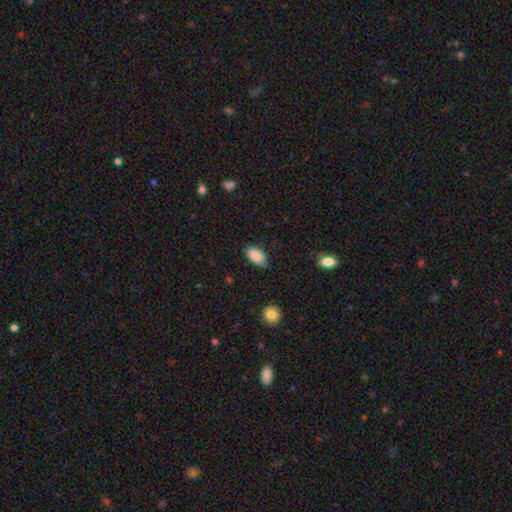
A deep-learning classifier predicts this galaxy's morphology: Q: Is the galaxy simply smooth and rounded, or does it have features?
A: smooth — 87%.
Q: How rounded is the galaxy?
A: in between — 93%.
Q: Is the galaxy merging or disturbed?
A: none — 74%.